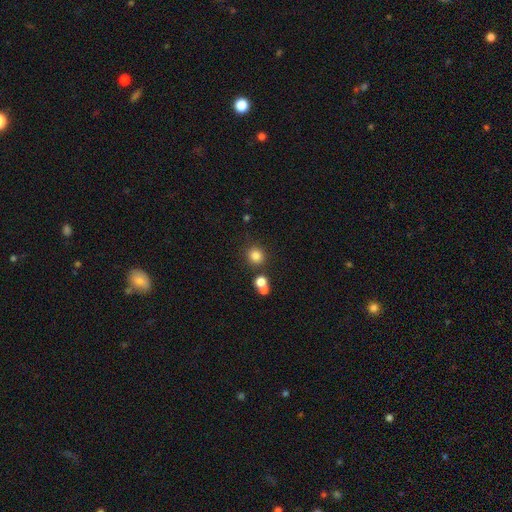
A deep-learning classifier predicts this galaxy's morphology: A smooth galaxy with no disk features (82%) that is round (89%).

Vote fractions:
- Smooth or featured? smooth: 82% / star or artifact: 12% / featured or disk: 6%
- How rounded? round: 89% / in between: 10% / cigar-shaped: 1%
- Merging? none: 77% / merger: 11% / minor disturbance: 8% / major disturbance: 4%